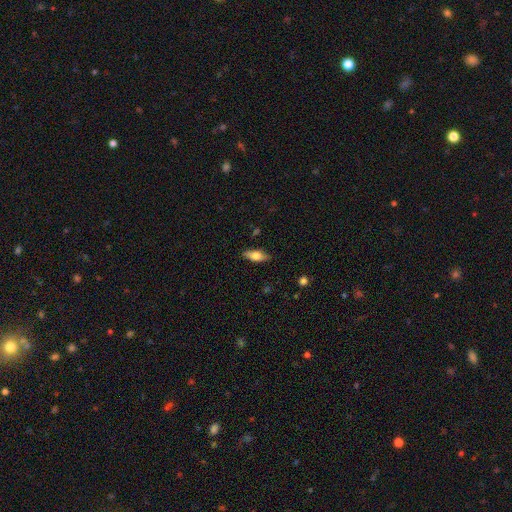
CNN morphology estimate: smooth_or_featured: smooth (p=0.66) [alt: featured or disk p=0.27]
how_rounded: in between (p=0.71) [alt: cigar-shaped p=0.26]
merging: none (p=0.84) [alt: minor disturbance p=0.13]